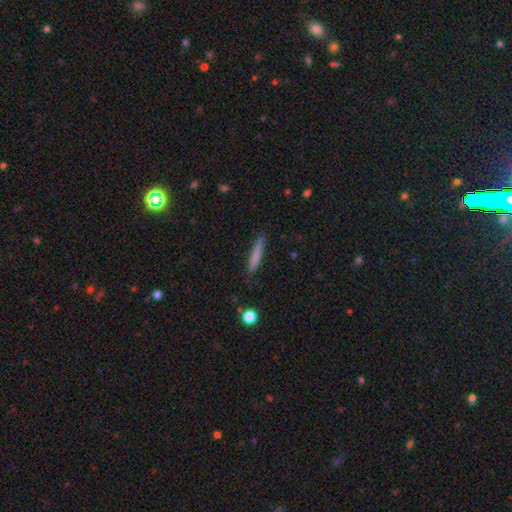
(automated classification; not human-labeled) This appears to be a smooth galaxy with no disk features (75%) that is cigar-shaped (94%). Merging: none (87%).